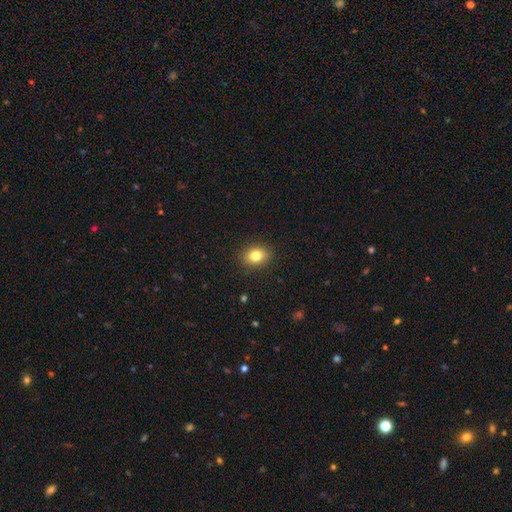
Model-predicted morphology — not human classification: A smooth galaxy with no disk features (82%) that is in between round and cigar-shaped (55%).

Vote fractions:
- Smooth or featured? smooth: 82% / star or artifact: 10% / featured or disk: 8%
- How rounded? in between: 55% / round: 44% / cigar-shaped: 1%
- Merging? none: 90% / minor disturbance: 7% / major disturbance: 2% / merger: 1%